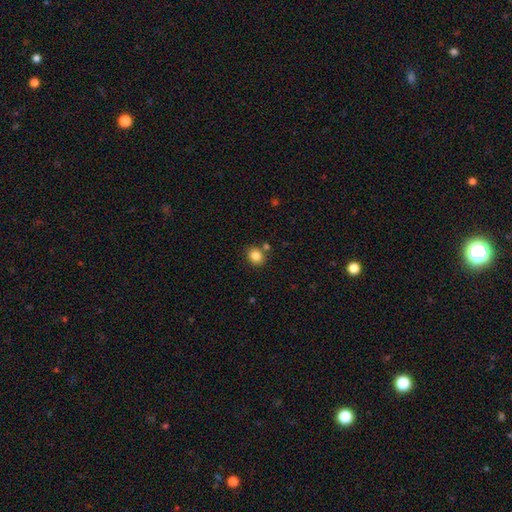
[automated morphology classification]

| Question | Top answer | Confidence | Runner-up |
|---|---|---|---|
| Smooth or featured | smooth | 85% | star or artifact (10%) |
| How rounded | round | 69% | in between (31%) |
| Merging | none | 77% | merger (10%) |